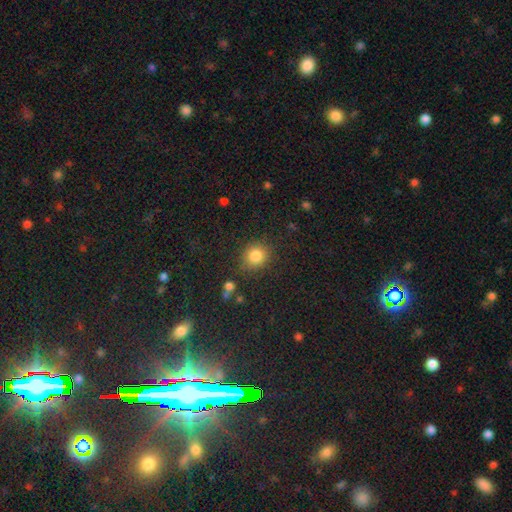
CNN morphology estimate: A smooth galaxy with no disk features (83%) that is round (80%).

Vote fractions:
- Smooth or featured? smooth: 83% / star or artifact: 12% / featured or disk: 5%
- How rounded? round: 80% / in between: 19% / cigar-shaped: 1%
- Merging? none: 79% / minor disturbance: 13% / major disturbance: 4% / merger: 3%